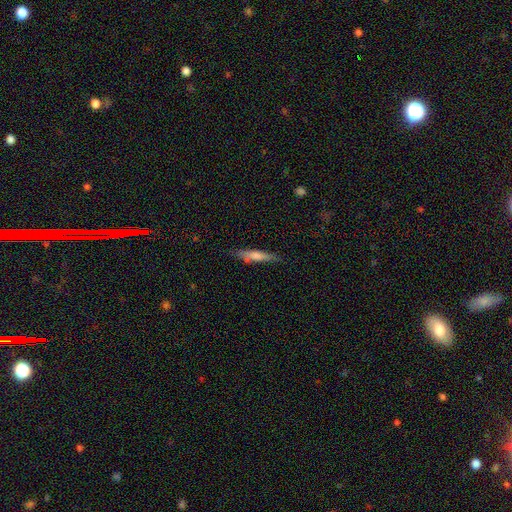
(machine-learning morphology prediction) A featured or disk galaxy (49%).

Vote fractions:
- Smooth or featured? featured or disk: 49% / smooth: 44% / star or artifact: 7%
- Merging? none: 84% / minor disturbance: 12% / major disturbance: 2% / merger: 2%